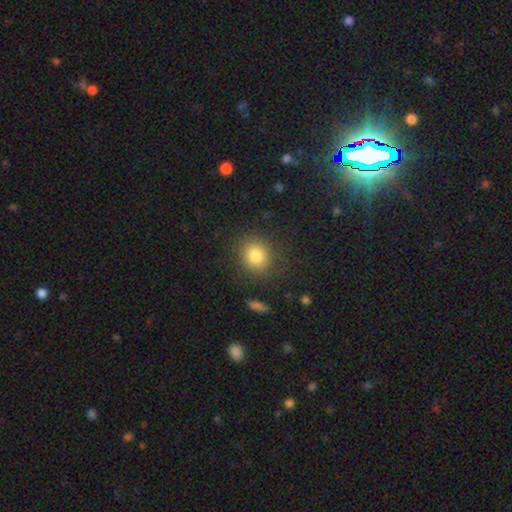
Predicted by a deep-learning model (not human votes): Morphology: type=smooth (82%); roundness=round (80%); merging=none (85%).